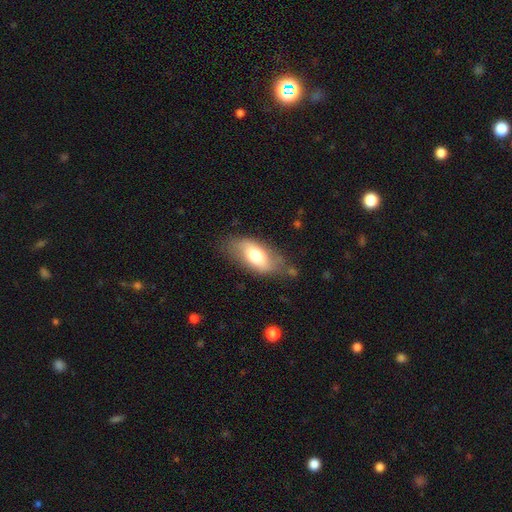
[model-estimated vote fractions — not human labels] A smooth galaxy with no disk features (67%) that is in between round and cigar-shaped (88%). Merging: none (64%).